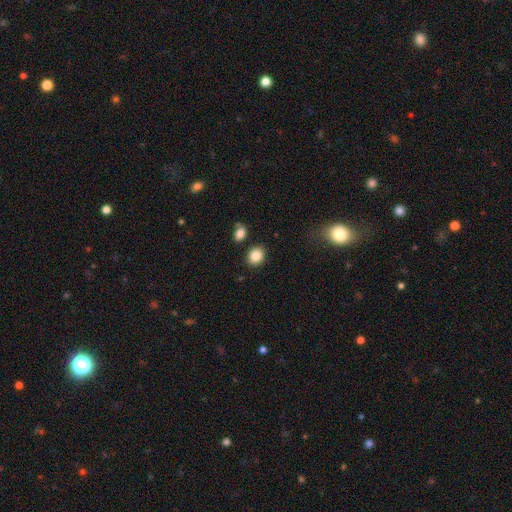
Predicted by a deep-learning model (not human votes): Smooth or featured?
  - smooth: 86% *
  - star or artifact: 9%
  - featured or disk: 5%
How rounded?
  - round: 57% *
  - in between: 42%
  - cigar-shaped: 1%
Merging?
  - none: 83% *
  - minor disturbance: 9%
  - merger: 5%
  - major disturbance: 3%